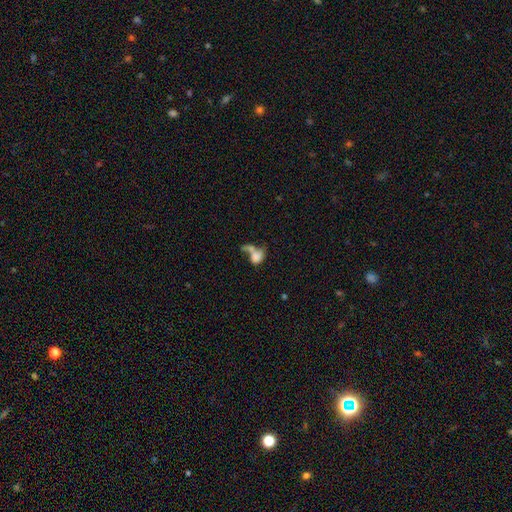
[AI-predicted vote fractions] This appears to be a smooth galaxy with no disk features (69%) that is in between round and cigar-shaped (69%). Merging: merger (55%).